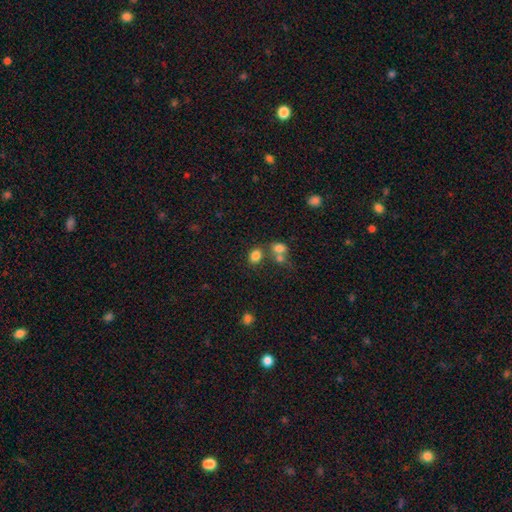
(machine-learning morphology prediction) The model was most divided on "how rounded": in between: 58%, round: 40%, cigar-shaped: 1%. More confident: smooth or featured — smooth (81%); merging — none (60%).